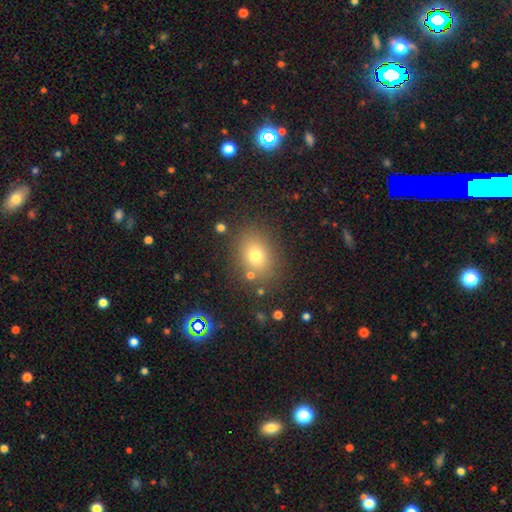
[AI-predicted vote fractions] Smooth or featured? Predicted: smooth (p=0.72). How rounded? Predicted: in between (p=0.55). Merging? Predicted: none (p=0.81).